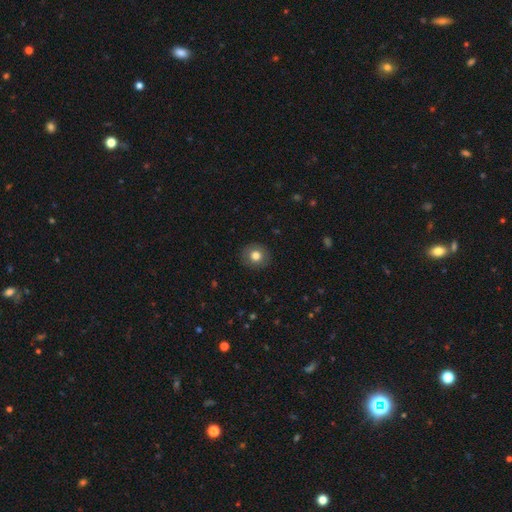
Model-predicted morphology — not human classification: This appears to be a smooth galaxy with no disk features (78%) that is round (85%). Merging: none (90%).